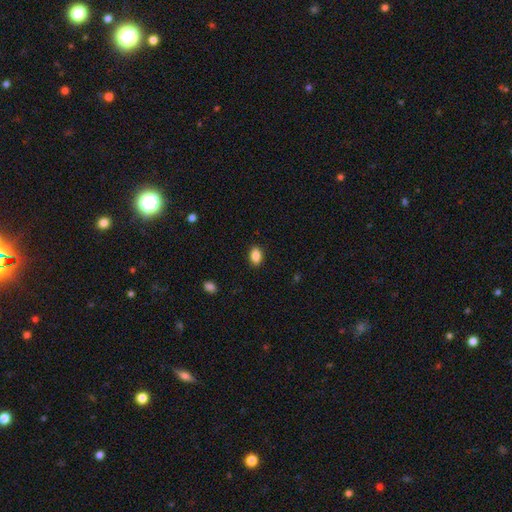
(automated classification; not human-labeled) Smooth or featured: smooth — 88% (star or artifact — 8%)
How rounded: in between — 88% (round — 10%)
Merging: none — 89% (minor disturbance — 8%)